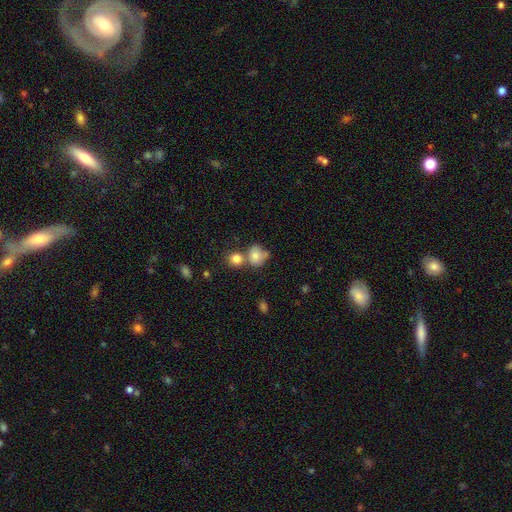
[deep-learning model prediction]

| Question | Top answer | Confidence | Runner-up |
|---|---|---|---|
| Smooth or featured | smooth | 78% | featured or disk (12%) |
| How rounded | round | 71% | in between (28%) |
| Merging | merger | 39% | tied: none (39%) |